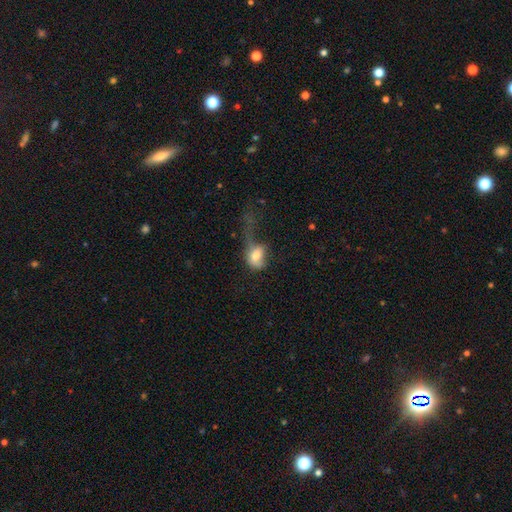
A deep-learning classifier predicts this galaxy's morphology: A smooth galaxy with no disk features (72%) that is in between round and cigar-shaped (71%). Merging: major disturbance (60%).